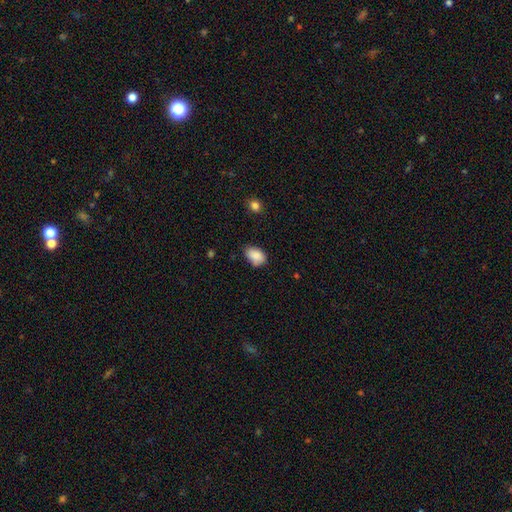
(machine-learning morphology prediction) This is clearly a smooth galaxy (87%). How rounded: clearly in between (85%). Merging: likely none (65%).